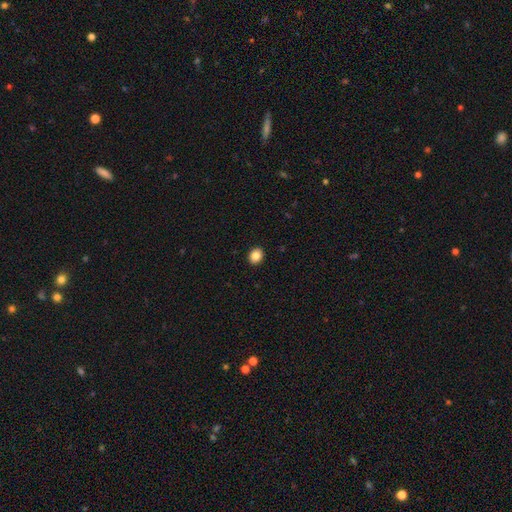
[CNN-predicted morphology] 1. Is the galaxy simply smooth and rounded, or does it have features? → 85% smooth, 10% star or artifact, 5% featured or disk.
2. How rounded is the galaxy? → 59% round, 40% in between, 1% cigar-shaped.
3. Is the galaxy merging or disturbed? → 92% none, 6% minor disturbance, 2% major disturbance, 1% merger.